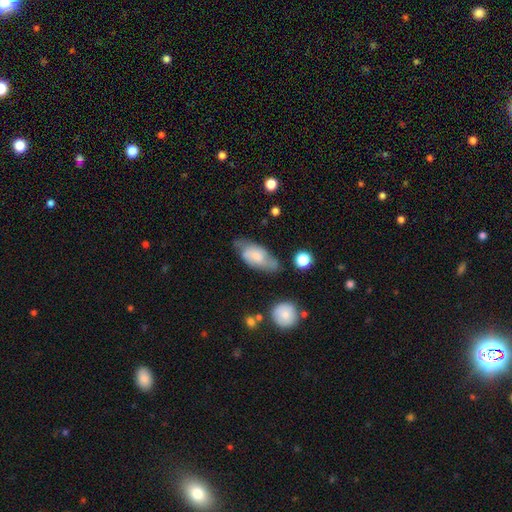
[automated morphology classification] Smooth or featured?
  - smooth: 54% *
  - featured or disk: 39%
  - star or artifact: 7%
How rounded?
  - in between: 87% *
  - cigar-shaped: 10%
  - round: 4%
Merging?
  - none: 49% *
  - minor disturbance: 32%
  - major disturbance: 13%
  - merger: 6%